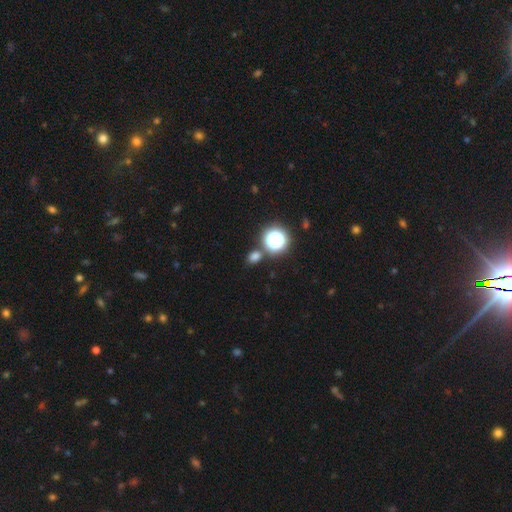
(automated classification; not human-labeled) smooth-or-featured: smooth: 66% | star or artifact: 28% | featured or disk: 6%
  how-rounded: round: 62% | in between: 37% | cigar-shaped: 2%
  merging: none: 78% | merger: 10% | minor disturbance: 9% | major disturbance: 3%